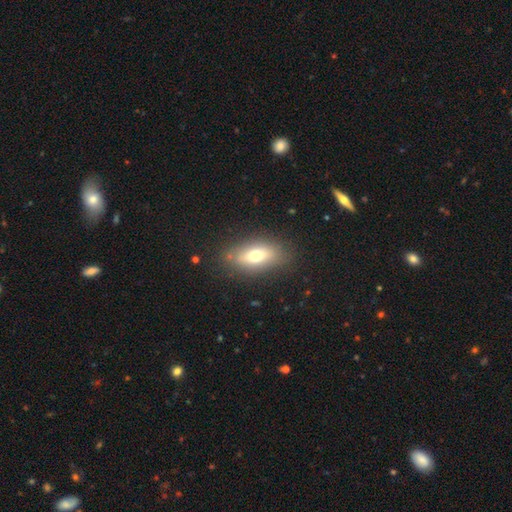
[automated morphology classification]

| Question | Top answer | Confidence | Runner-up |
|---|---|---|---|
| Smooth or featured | smooth | 66% | featured or disk (25%) |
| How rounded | in between | 79% | cigar-shaped (12%) |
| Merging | none | 81% | minor disturbance (12%) |